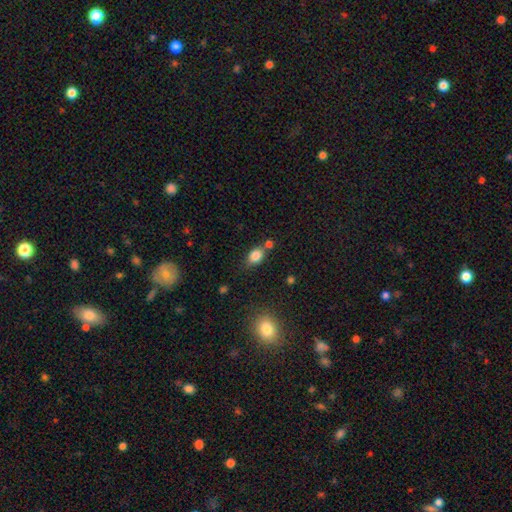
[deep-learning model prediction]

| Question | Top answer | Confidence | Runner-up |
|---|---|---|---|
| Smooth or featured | smooth | 82% | star or artifact (10%) |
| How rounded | in between | 76% | round (22%) |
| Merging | none | 62% | merger (20%) |